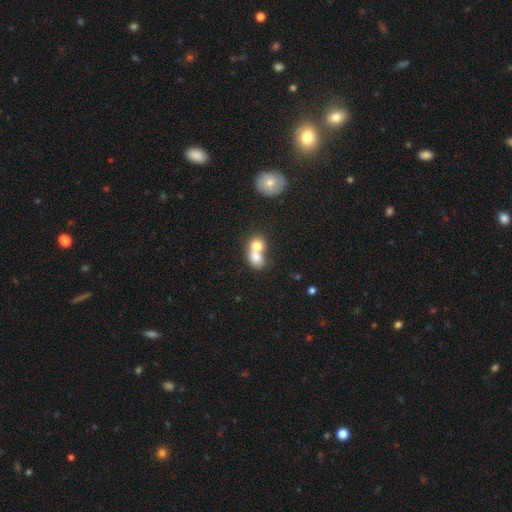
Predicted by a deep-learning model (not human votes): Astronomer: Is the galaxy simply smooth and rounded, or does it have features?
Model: smooth — 73%.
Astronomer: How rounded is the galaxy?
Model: round — 53% (runner-up: in between, 46%).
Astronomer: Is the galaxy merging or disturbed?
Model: merger — 75%.